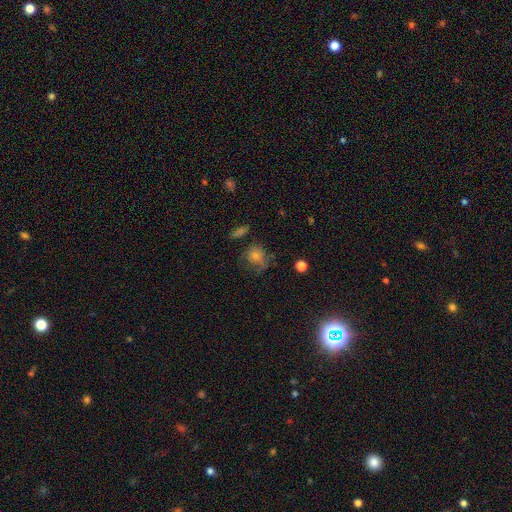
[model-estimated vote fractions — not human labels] smooth_or_featured: smooth (p=0.50) [alt: star or artifact p=0.26]
merging: none (p=0.55) [alt: minor disturbance p=0.24]